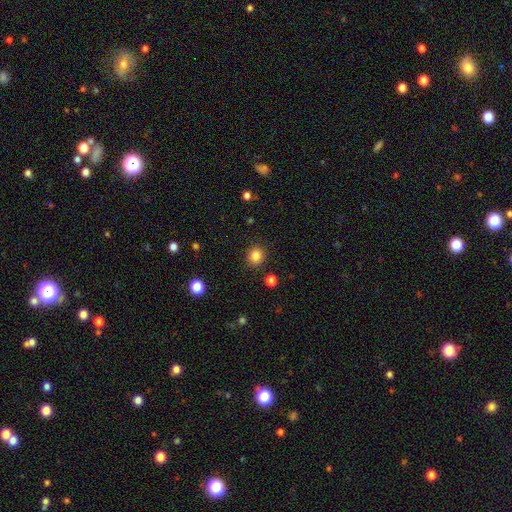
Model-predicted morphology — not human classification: A smooth galaxy with no disk features (84%) that is round (79%). Merging: none (89%).